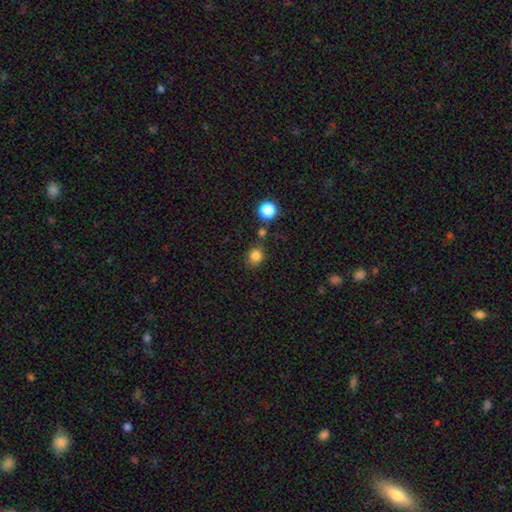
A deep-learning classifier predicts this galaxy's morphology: smooth_or_featured: smooth (p=0.82) [alt: star or artifact p=0.13]
how_rounded: round (p=0.77) [alt: in between p=0.22]
merging: none (p=0.78) [alt: minor disturbance p=0.11]